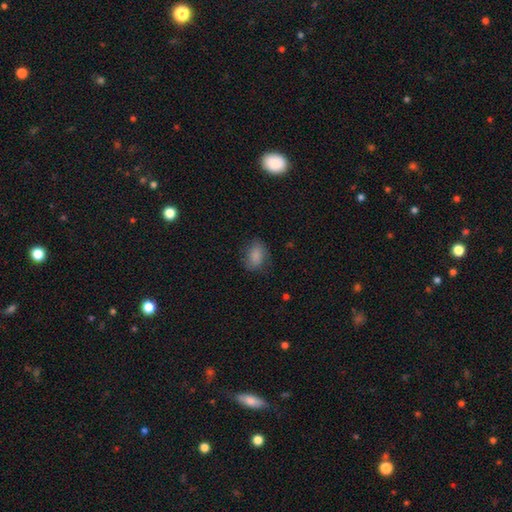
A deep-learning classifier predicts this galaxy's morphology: smooth 83%, star or artifact 8%, featured or disk 8%. Down the decision tree: how rounded — in between (73%); merging — none (71%).